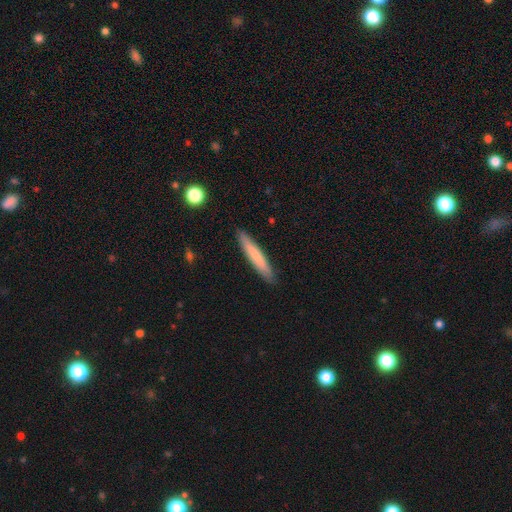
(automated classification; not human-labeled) The model was most divided on "smooth or featured": smooth: 73%, featured or disk: 22%, star or artifact: 6%. More confident: how rounded — cigar-shaped (93%); merging — none (90%).